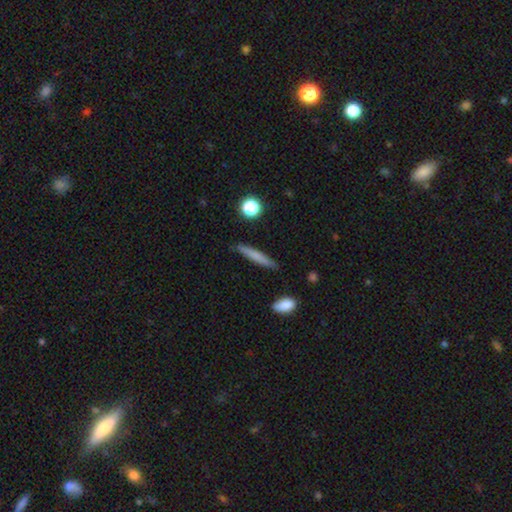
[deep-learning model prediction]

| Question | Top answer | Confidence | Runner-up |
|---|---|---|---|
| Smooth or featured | smooth | 69% | featured or disk (24%) |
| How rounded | cigar-shaped | 92% | in between (6%) |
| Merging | none | 87% | minor disturbance (9%) |